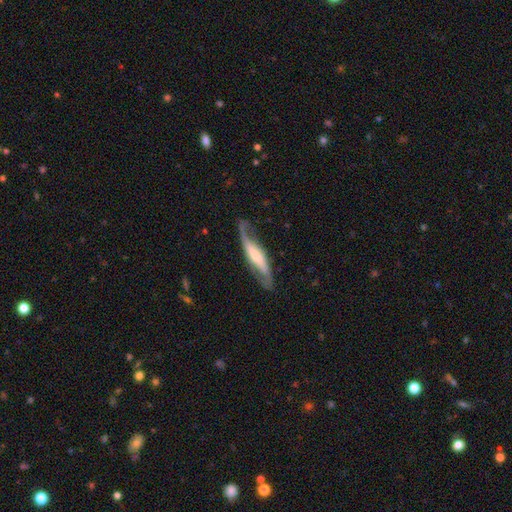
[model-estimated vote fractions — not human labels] The model was most divided on "bulge size": moderate: 29%, small: 28%, large: 21%, none: 18%, dominant: 5%. Remaining: spiral arms — yes (92%); smooth or featured — featured or disk (77%); edge-on disk — no (70%); merging — none (68%); bar — strong (40%).